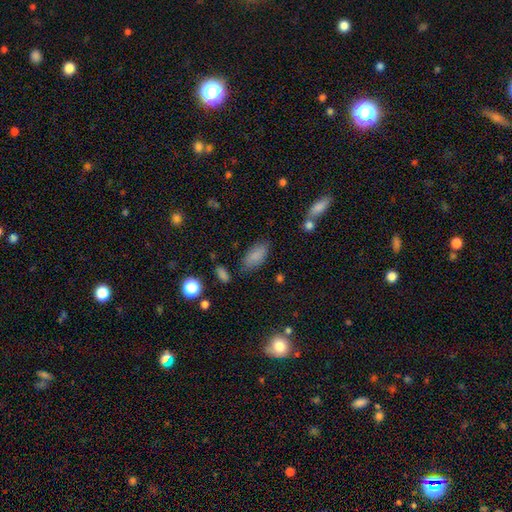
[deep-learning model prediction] Smooth or featured: smooth — 85% (star or artifact — 9%)
How rounded: in between — 89% (cigar-shaped — 8%)
Merging: none — 76% (minor disturbance — 16%)